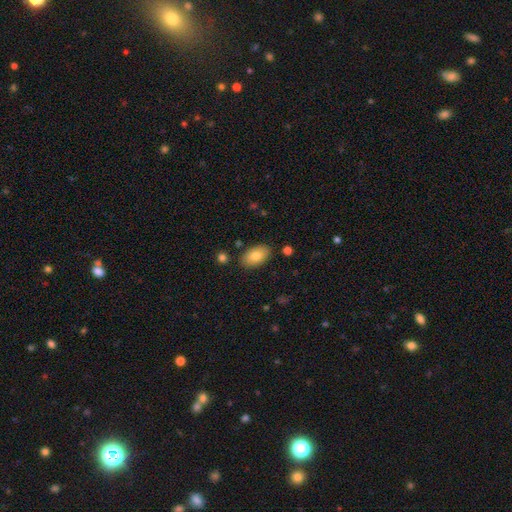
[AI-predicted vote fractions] Q: Smooth or featured?
A: smooth (81%); runner-up: featured or disk (12%)
Q: How rounded?
A: in between (93%); runner-up: round (5%)
Q: Merging?
A: none (84%); runner-up: minor disturbance (11%)